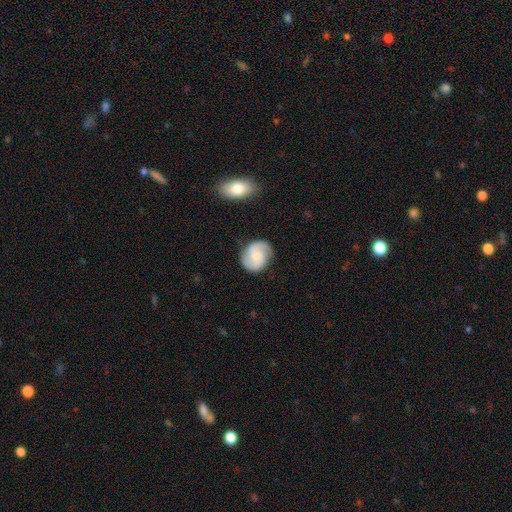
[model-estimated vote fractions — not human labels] A featured or disk galaxy (71%) with no bar (57%), 2 (90%) medium (49%) spiral arms (96%) and a small central bulge (40%). Merging: none (81%).